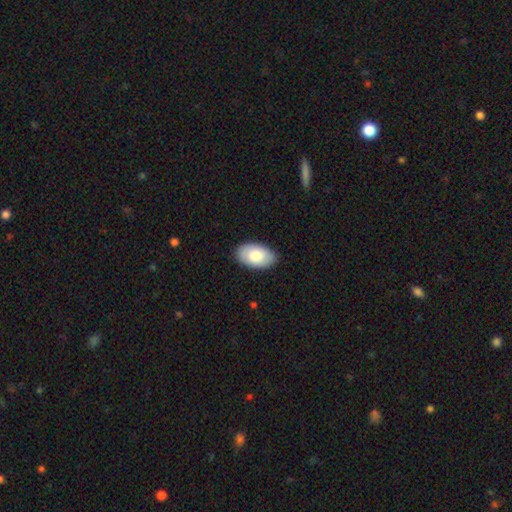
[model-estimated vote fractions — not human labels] The model was most divided on "smooth or featured": smooth: 83%, featured or disk: 12%, star or artifact: 5%. More confident: how rounded — in between (95%); merging — none (87%).